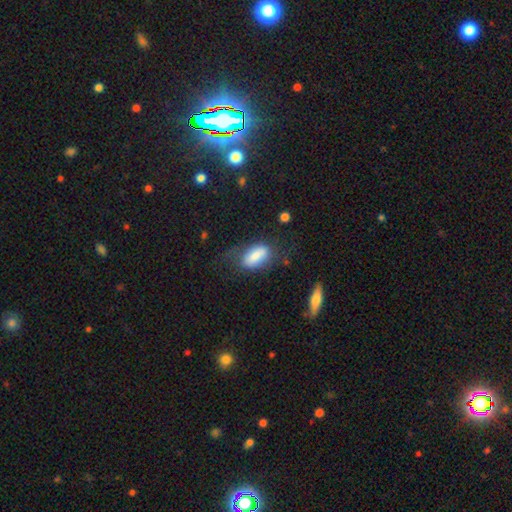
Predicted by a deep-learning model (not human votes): A smooth galaxy with no disk features (76%) that is in between round and cigar-shaped (90%). Merging: none (53%).